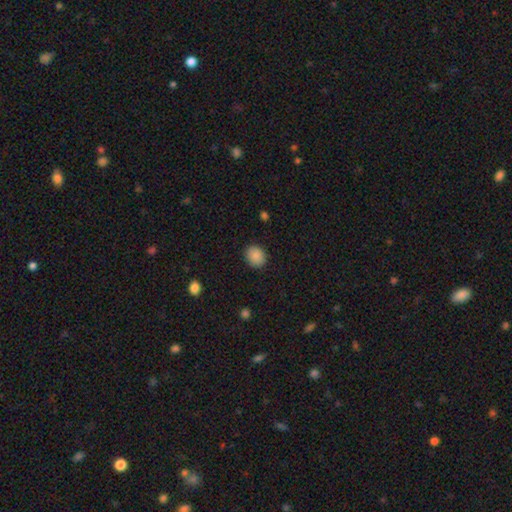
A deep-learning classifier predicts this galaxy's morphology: Smooth or featured? Predicted: smooth (p=0.87). How rounded? Predicted: round (p=0.62). Merging? Predicted: none (p=0.88).